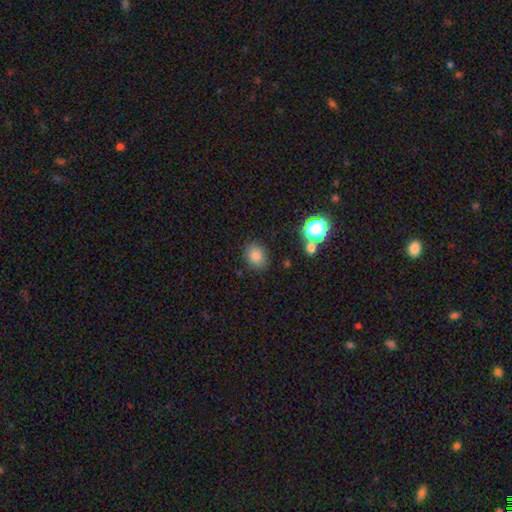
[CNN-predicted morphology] This appears to be a smooth galaxy with no disk features (81%) that is in between round and cigar-shaped (53%). Merging: none (82%).